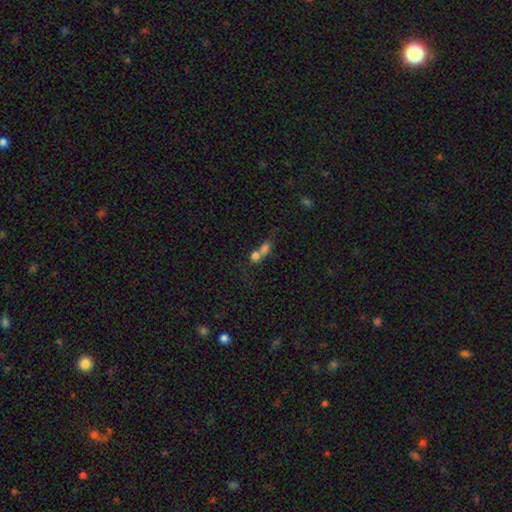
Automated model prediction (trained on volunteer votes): Smooth or featured: smooth — 70% (featured or disk — 17%)
How rounded: round — 53% (in between — 41%)
Merging: merger — 70% (none — 19%)